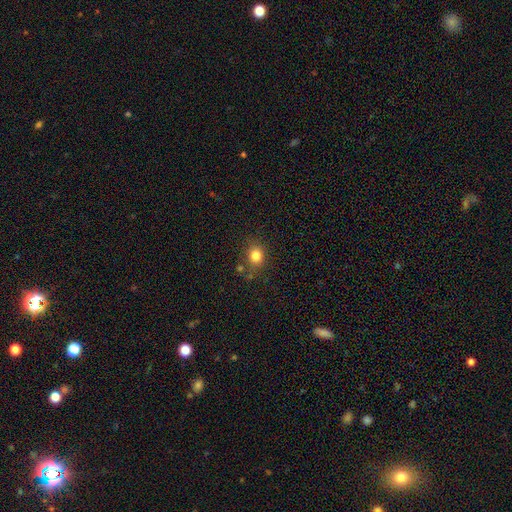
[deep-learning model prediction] Smooth or featured? Predicted: smooth (p=0.82). How rounded? Predicted: round (p=0.70). Merging? Predicted: none (p=0.77).